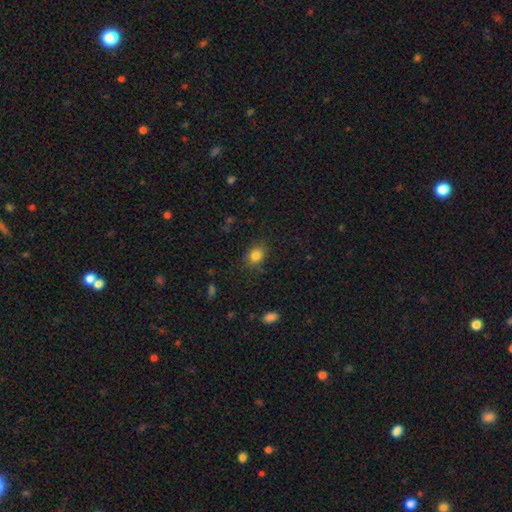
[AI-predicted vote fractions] The model was most divided on "how rounded": round: 54%, in between: 45%, cigar-shaped: 1%. More confident: smooth or featured — smooth (82%); merging — none (79%).